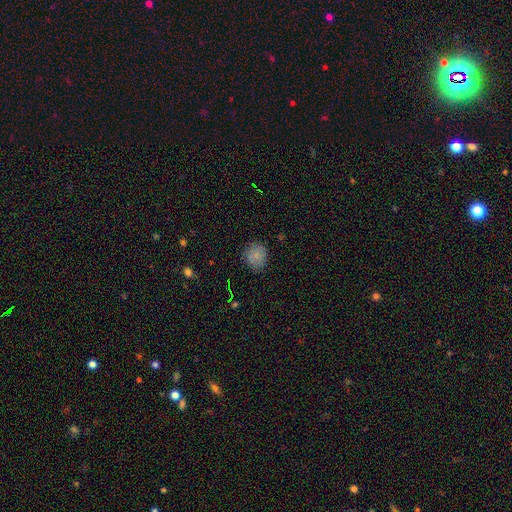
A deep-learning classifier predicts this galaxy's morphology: Smooth or featured? smooth (76%)
How rounded? round (82%)
Merging? none (79%)